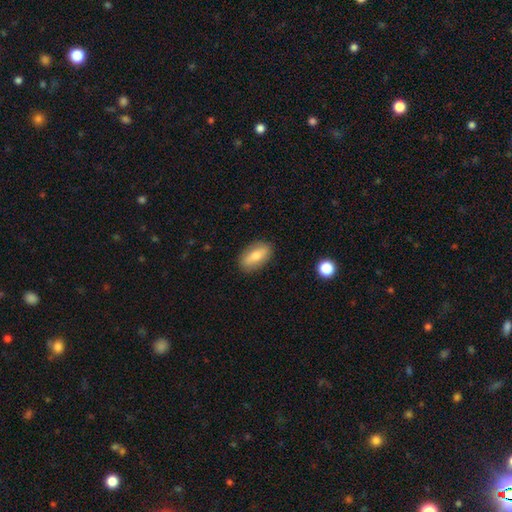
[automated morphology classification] Smooth or featured: smooth — 70% (featured or disk — 23%)
How rounded: in between — 80% (cigar-shaped — 15%)
Merging: none — 87% (minor disturbance — 10%)